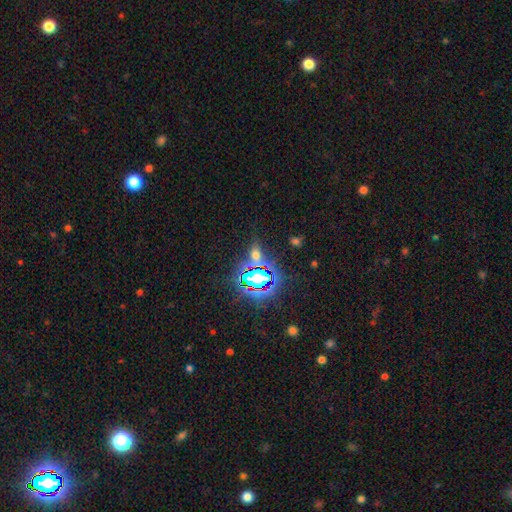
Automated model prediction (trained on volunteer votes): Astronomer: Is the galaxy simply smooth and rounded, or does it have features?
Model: star or artifact — 55% (runner-up: smooth, 33%).